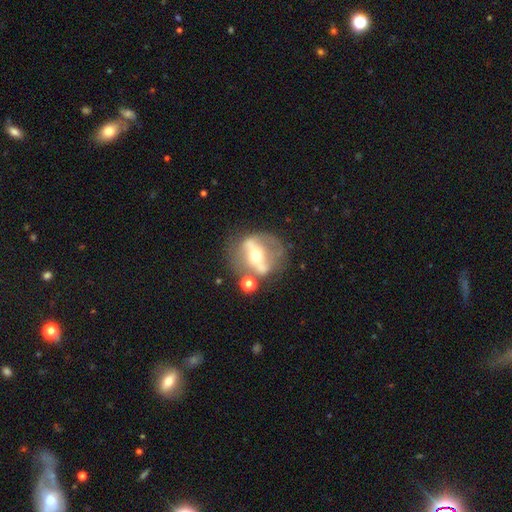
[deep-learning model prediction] featured or disk 76%, smooth 17%, star or artifact 8%. Down the decision tree: edge-on disk — no (83%); bar — strong (67%); spiral arms — no (58%); bulge size — moderate (59%); merging — none (61%).